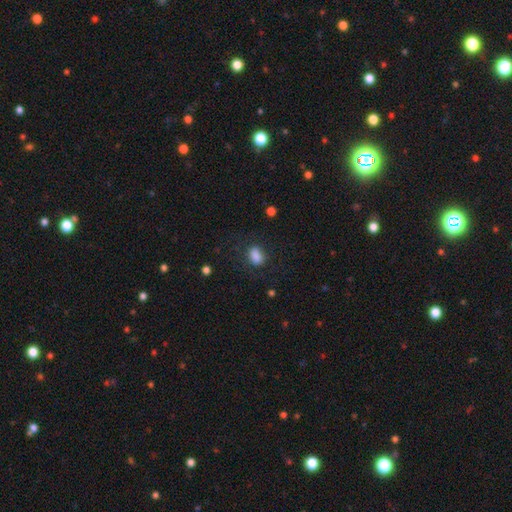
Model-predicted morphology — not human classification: smooth_or_featured: smooth (p=0.84) [alt: star or artifact p=0.10]
how_rounded: in between (p=0.77) [alt: round p=0.21]
merging: none (p=0.71) [alt: minor disturbance p=0.18]